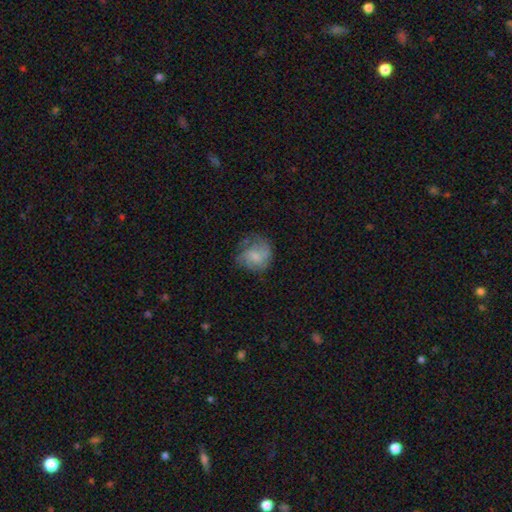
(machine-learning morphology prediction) smooth 54%, featured or disk 37%, star or artifact 9%. Down the decision tree: how rounded — round (75%); merging — none (52%).